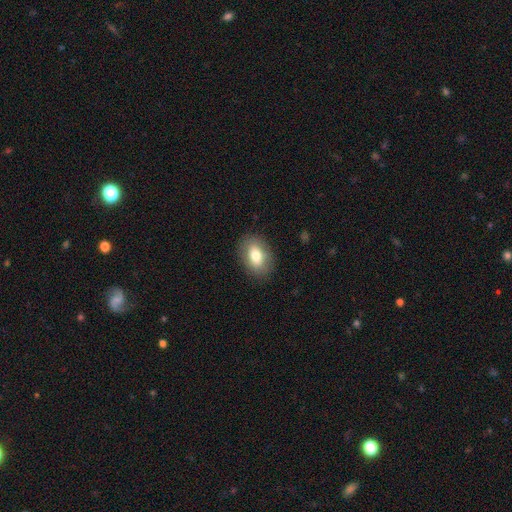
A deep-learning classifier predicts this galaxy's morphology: smooth 74%, featured or disk 18%, star or artifact 8%. Down the decision tree: how rounded — in between (83%); merging — none (86%).